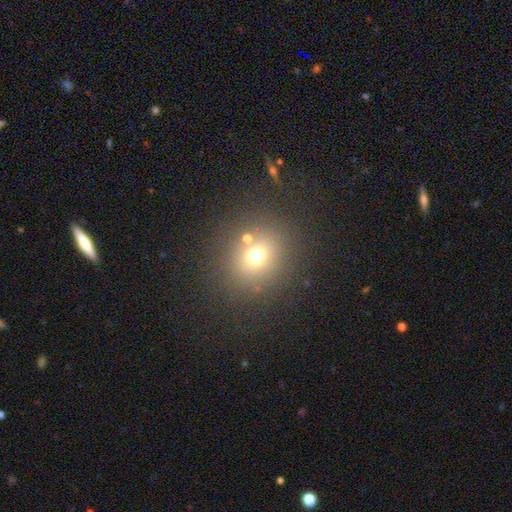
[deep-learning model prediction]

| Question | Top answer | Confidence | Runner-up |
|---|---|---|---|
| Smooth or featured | smooth | 67% | star or artifact (21%) |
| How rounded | round | 83% | in between (16%) |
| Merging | none | 76% | merger (9%) |